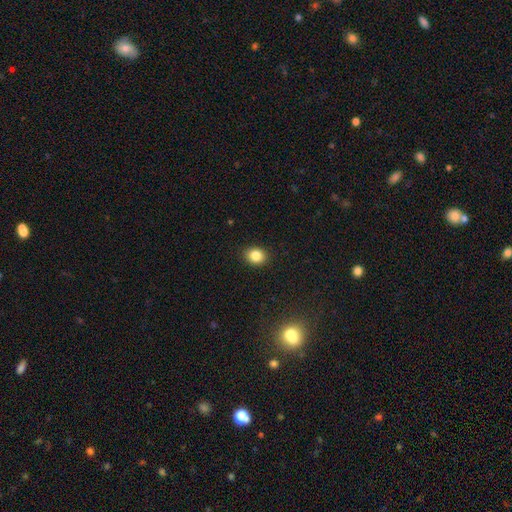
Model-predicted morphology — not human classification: This appears to be a smooth galaxy with no disk features (84%) that is round (57%). Merging: none (89%).